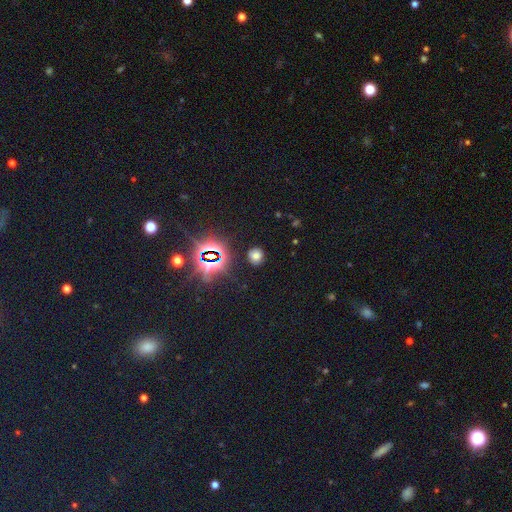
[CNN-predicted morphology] smooth-or-featured: smooth: 61% | star or artifact: 31% | featured or disk: 8%
  how-rounded: round: 84% | in between: 15% | cigar-shaped: 1%
  merging: none: 87% | minor disturbance: 8% | major disturbance: 3% | merger: 2%